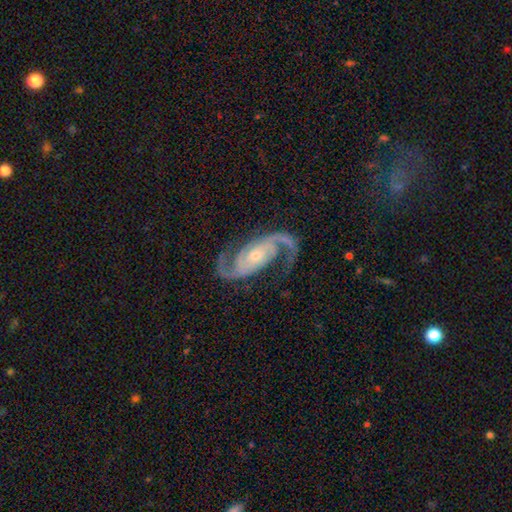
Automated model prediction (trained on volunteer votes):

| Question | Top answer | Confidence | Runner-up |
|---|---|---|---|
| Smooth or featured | featured or disk | 93% | star or artifact (4%) |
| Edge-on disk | no | 97% | yes (3%) |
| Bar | no | 59% | weak (26%) |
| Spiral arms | yes | 98% | no (2%) |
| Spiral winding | medium | 56% | loose (23%) |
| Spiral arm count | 2 | 94% | 3 (2%) |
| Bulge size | small | 64% | moderate (31%) |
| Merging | none | 79% | minor disturbance (12%) |